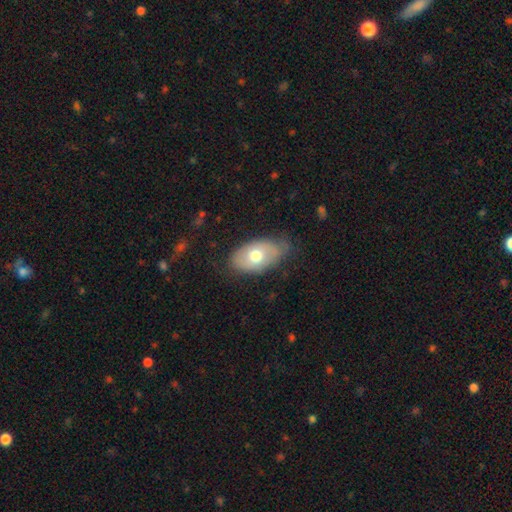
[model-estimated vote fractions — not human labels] smooth 64%, featured or disk 30%, star or artifact 7%. Down the decision tree: how rounded — in between (92%); merging — none (63%).